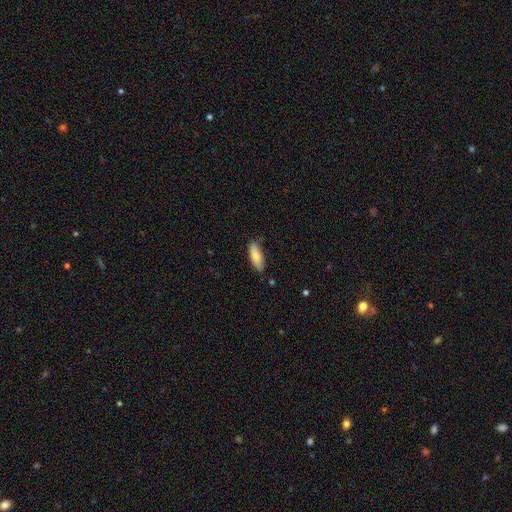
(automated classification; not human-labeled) Morphology: type=smooth (79%); roundness=in between (62%); merging=none (80%).